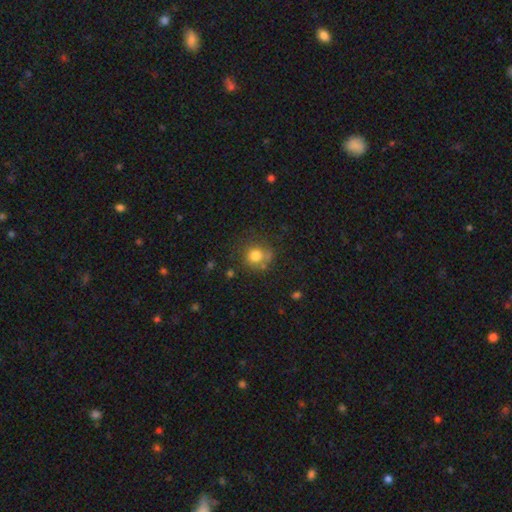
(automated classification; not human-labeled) Smooth or featured: smooth — 76% (featured or disk — 13%)
How rounded: round — 82% (in between — 17%)
Merging: none — 60% (minor disturbance — 21%)